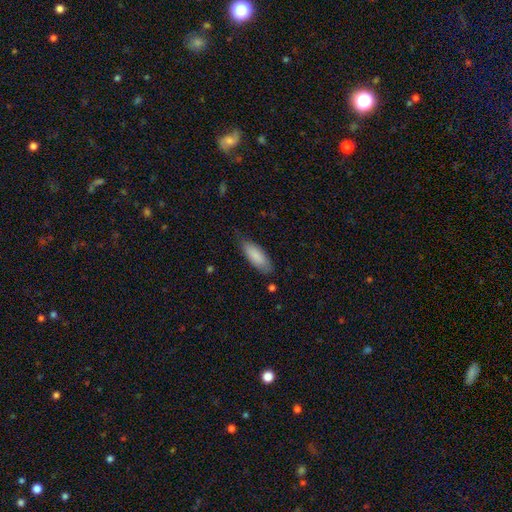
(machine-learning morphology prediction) A smooth galaxy with no disk features (86%) that is in between round and cigar-shaped (74%). Merging: none (71%).